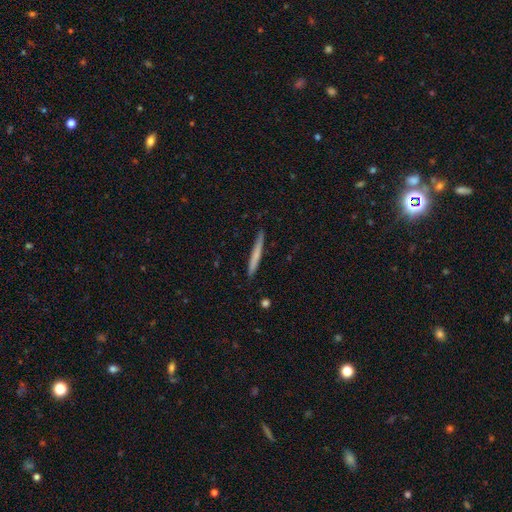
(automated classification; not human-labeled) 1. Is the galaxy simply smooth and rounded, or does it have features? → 63% smooth, 32% featured or disk, 5% star or artifact.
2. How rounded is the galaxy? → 97% cigar-shaped, 2% in between, 1% round.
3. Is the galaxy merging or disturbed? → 89% none, 8% minor disturbance, 1% major disturbance, 1% merger.